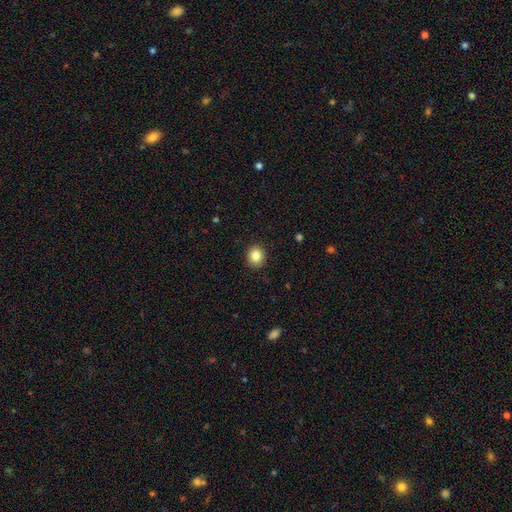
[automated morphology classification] Smooth or featured? Predicted: smooth (p=0.86). How rounded? Predicted: round (p=0.82). Merging? Predicted: none (p=0.91).